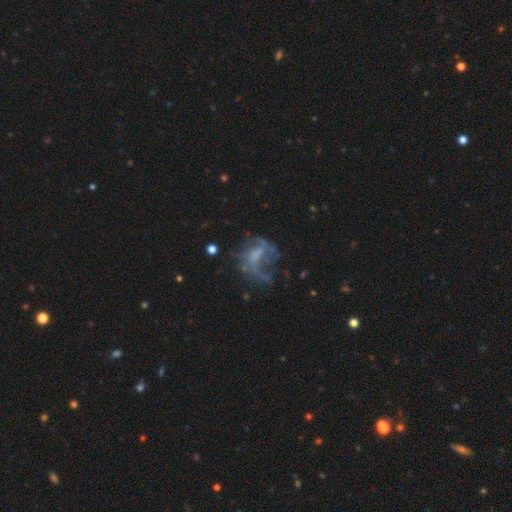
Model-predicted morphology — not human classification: A featured or disk galaxy (66%) with no bar (57%), spiral arms (50%, tied with no) and no central bulge (48%). Merging: major disturbance (44%).